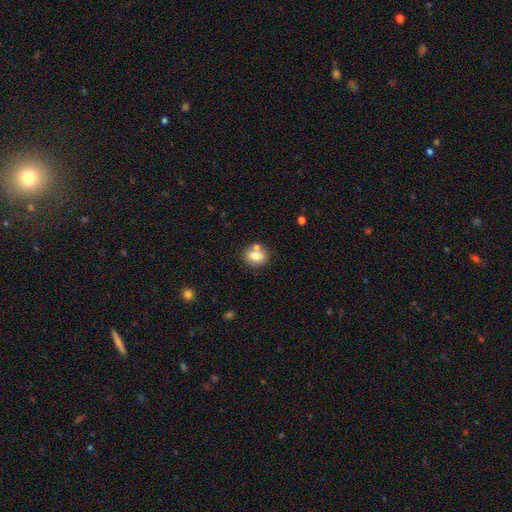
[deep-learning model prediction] Overall: smooth (77%). How rounded: round (51%; in between 48%). Merging: none (64%).